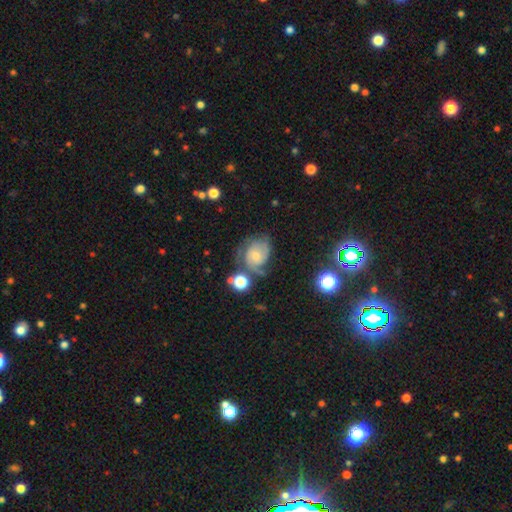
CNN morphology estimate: A featured or disk galaxy (71%) with no bar (73%), 2 (44%) tight (43%) spiral arms (91%) and a small central bulge (60%).

Vote fractions:
- Smooth or featured? featured or disk: 71% / smooth: 20% / star or artifact: 9%
- Edge-on disk? no: 97% / yes: 3%
- Bar? no: 73% / weak: 23% / strong: 4%
- Spiral arms? yes: 91% / no: 9%
- Spiral winding? tight: 43% / medium: 39% / loose: 17%
- Spiral arm count? 2: 44% / can't tell: 24% / 3: 13% / 1: 13% / 4: 3% / more than 4: 3%
- Bulge size? small: 60% / moderate: 34% / none: 3% / large: 3% / dominant: 1%
- Merging? none: 42% / minor disturbance: 26% / major disturbance: 22% / merger: 10%